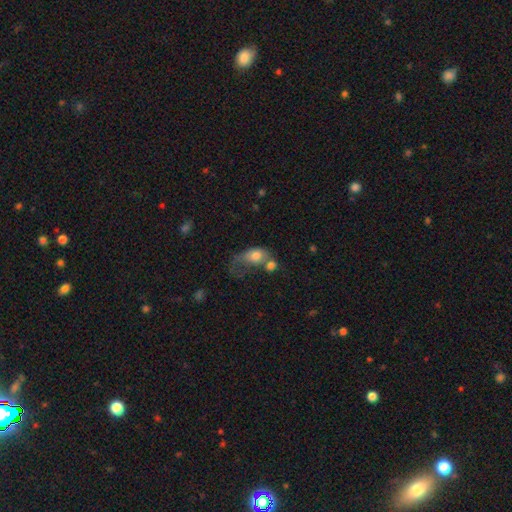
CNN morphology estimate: Overall: smooth (71%). How rounded: in between (70%). Merging: merger (42%; major disturbance 30%).